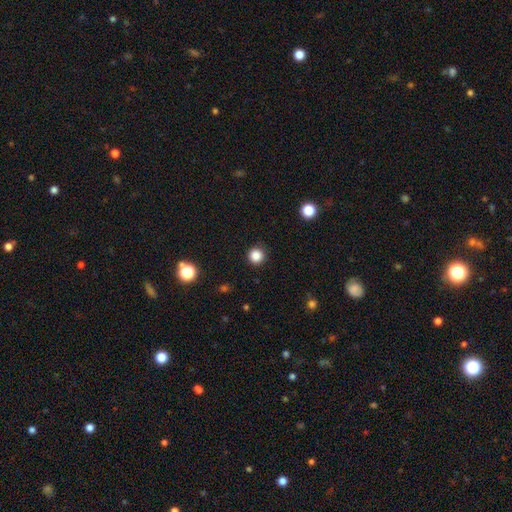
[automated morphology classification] smooth_or_featured: smooth (p=0.85) [alt: star or artifact p=0.12]
how_rounded: round (p=0.96) [alt: in between p=0.03]
merging: none (p=0.92) [alt: minor disturbance p=0.05]